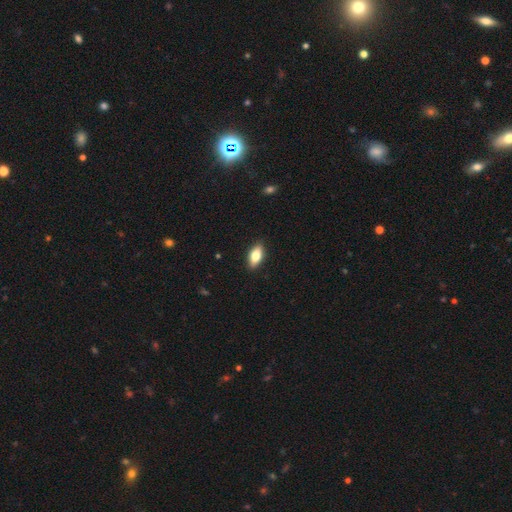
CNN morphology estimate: A smooth galaxy with no disk features (76%) that is in between round and cigar-shaped (86%).

Vote fractions:
- Smooth or featured? smooth: 76% / featured or disk: 17% / star or artifact: 7%
- How rounded? in between: 86% / cigar-shaped: 10% / round: 4%
- Merging? none: 89% / minor disturbance: 8% / major disturbance: 2% / merger: 1%